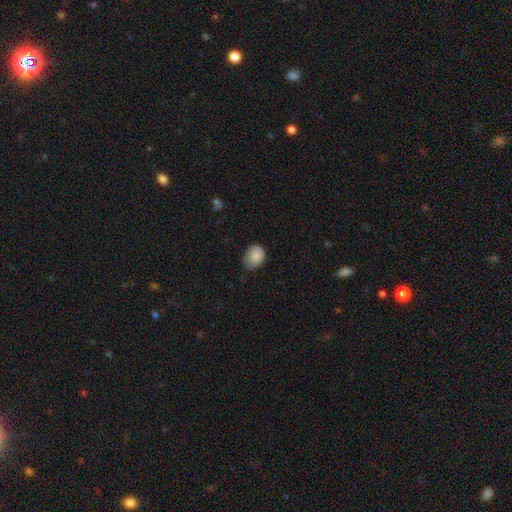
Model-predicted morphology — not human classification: This appears to be a smooth galaxy with no disk features (86%) that is in between round and cigar-shaped (52%). Merging: none (53%).